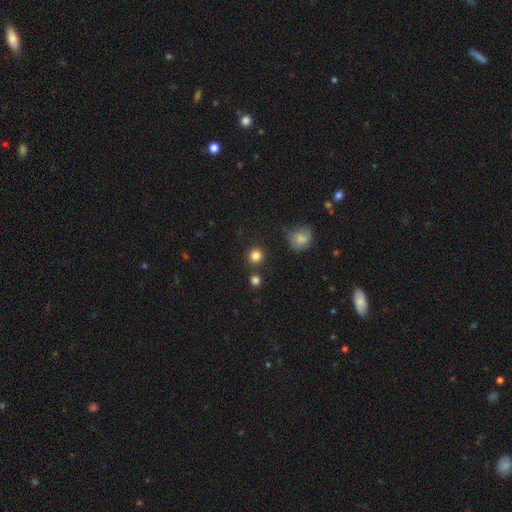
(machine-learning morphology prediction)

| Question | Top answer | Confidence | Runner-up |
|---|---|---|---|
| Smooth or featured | smooth | 83% | star or artifact (13%) |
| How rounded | round | 91% | in between (8%) |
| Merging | none | 85% | minor disturbance (7%) |